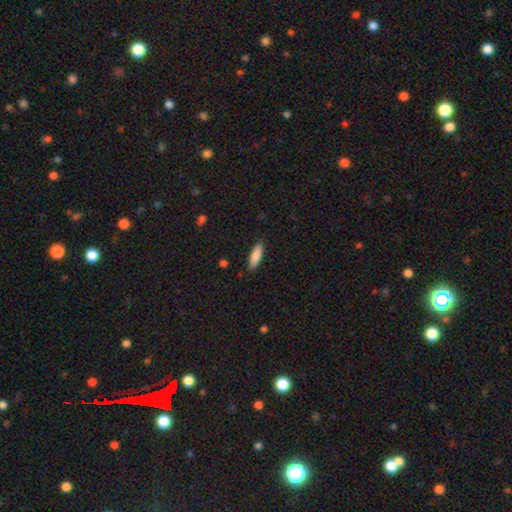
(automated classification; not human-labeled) Q: Smooth or featured?
A: smooth (85%); runner-up: featured or disk (9%)
Q: How rounded?
A: cigar-shaped (51%); runner-up: in between (47%)
Q: Merging?
A: none (87%); runner-up: minor disturbance (10%)